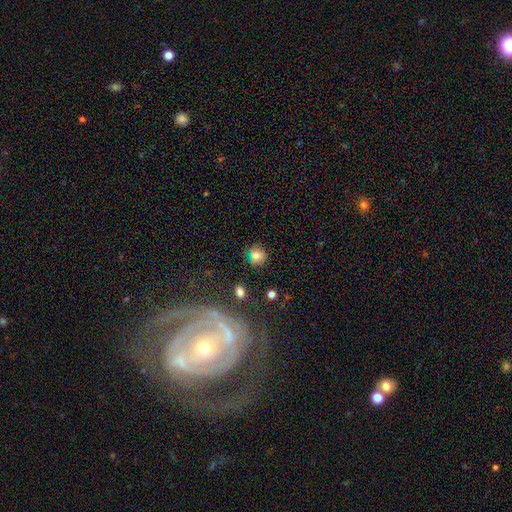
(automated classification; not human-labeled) Smooth or featured? smooth (77%)
How rounded? round (80%)
Merging? none (76%)